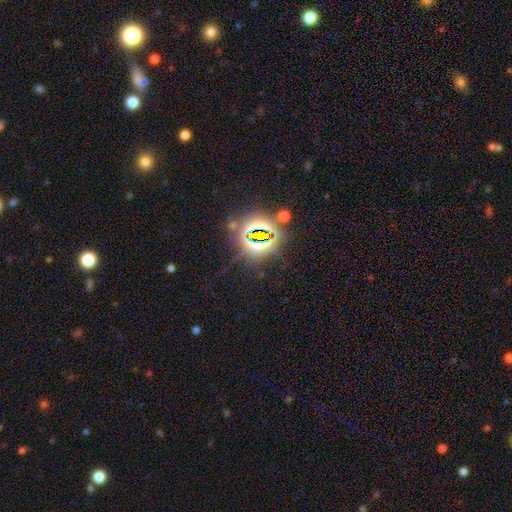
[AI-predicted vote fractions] Morphology: type=star or artifact (81%).